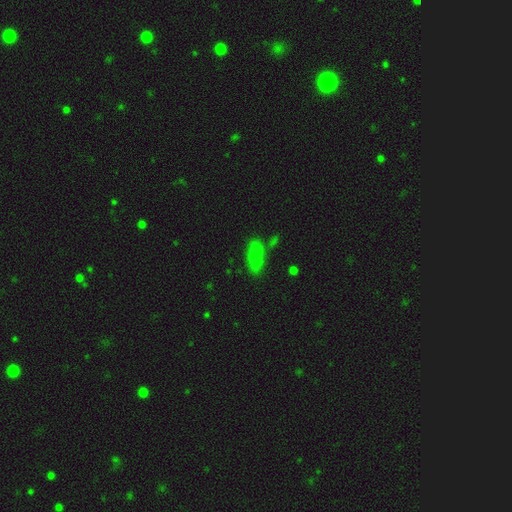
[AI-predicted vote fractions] smooth_or_featured: smooth (p=0.80) [alt: star or artifact p=0.12]
how_rounded: in between (p=0.81) [alt: cigar-shaped p=0.15]
merging: none (p=0.67) [alt: minor disturbance p=0.20]